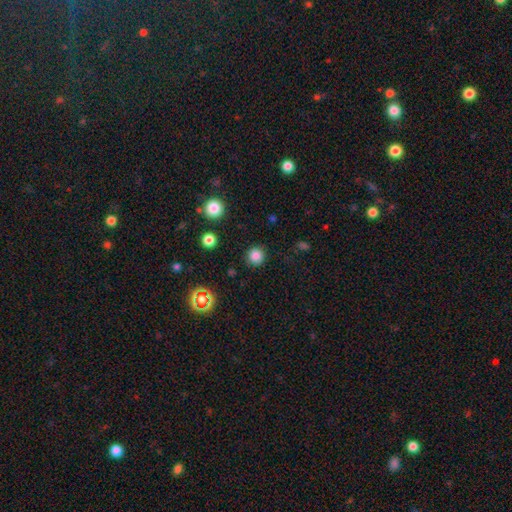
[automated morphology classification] Q: Smooth or featured?
A: smooth (83%); runner-up: star or artifact (13%)
Q: How rounded?
A: round (94%); runner-up: in between (5%)
Q: Merging?
A: none (89%); runner-up: minor disturbance (7%)